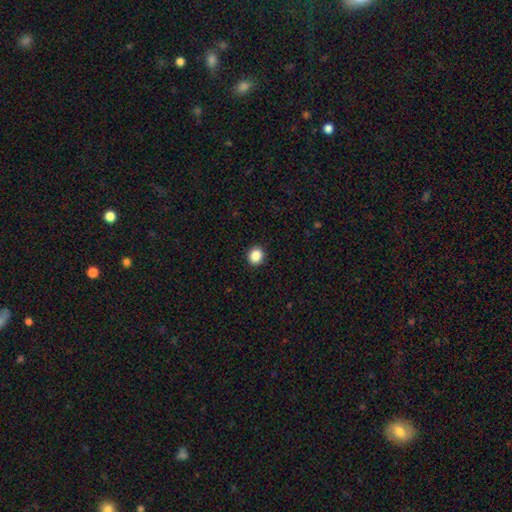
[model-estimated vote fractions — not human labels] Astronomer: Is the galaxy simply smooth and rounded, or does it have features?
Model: smooth — 88%.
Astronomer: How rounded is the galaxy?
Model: round — 83%.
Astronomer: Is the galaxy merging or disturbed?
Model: none — 93%.